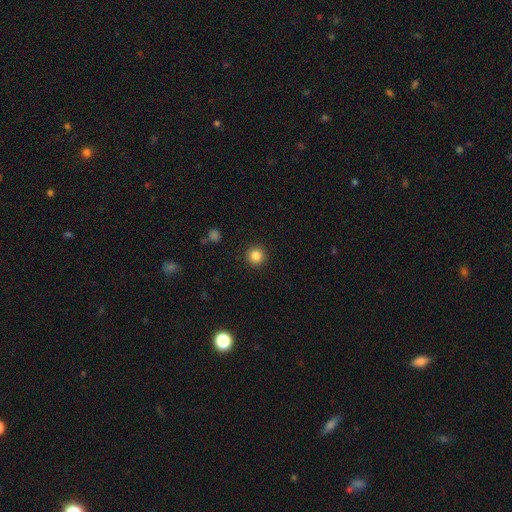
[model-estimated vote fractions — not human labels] The model was most divided on "smooth or featured": smooth: 85%, star or artifact: 11%, featured or disk: 4%. More confident: how rounded — round (96%); merging — none (92%).